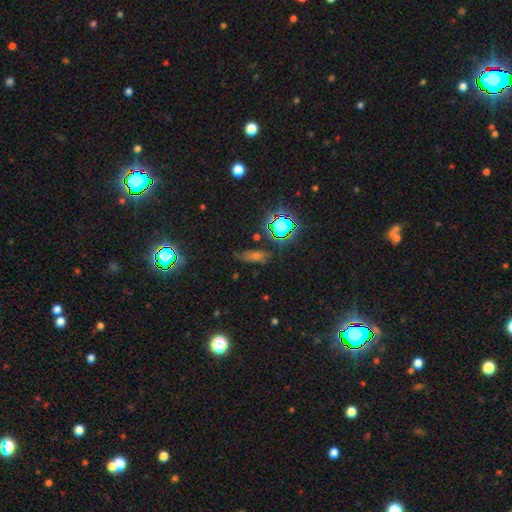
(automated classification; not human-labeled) smooth-or-featured: star or artifact: 48% | smooth: 34% | featured or disk: 18%